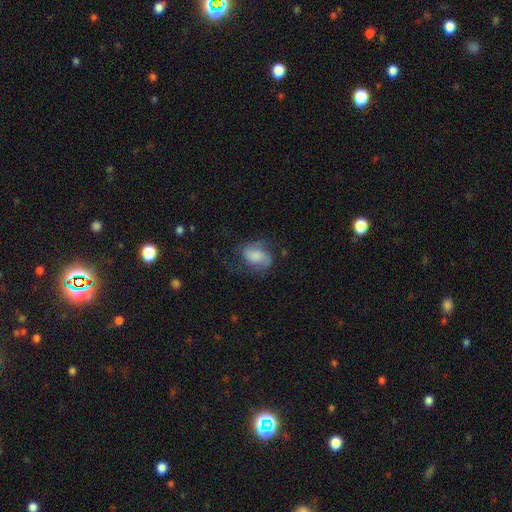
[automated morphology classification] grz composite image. It shows a smooth galaxy with no disk features (59%) that is in between round and cigar-shaped (80%). Merging: none (48%).